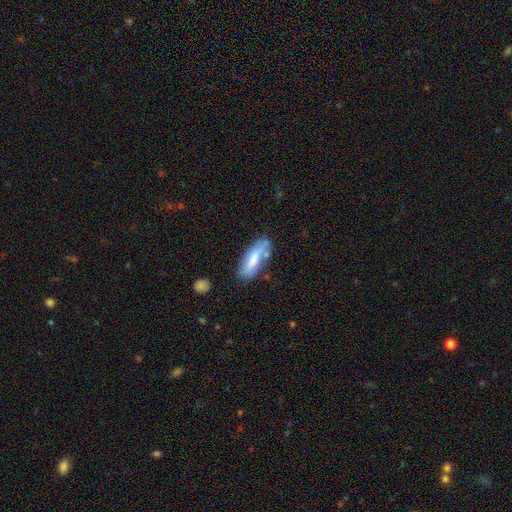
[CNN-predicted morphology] Smooth or featured?
  - smooth: 61% *
  - featured or disk: 31%
  - star or artifact: 7%
How rounded?
  - in between: 58% *
  - cigar-shaped: 40%
  - round: 2%
Merging?
  - none: 65% *
  - minor disturbance: 23%
  - major disturbance: 6%
  - merger: 6%